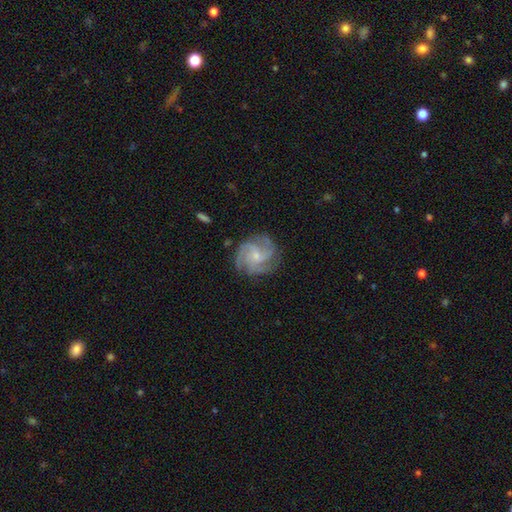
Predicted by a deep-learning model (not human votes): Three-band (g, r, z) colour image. It shows a featured or disk galaxy (85%) with no bar (62%), 4 (36%) medium (45%, tied with tight) spiral arms (97%) and a small central bulge (55%). Merging: none (78%).